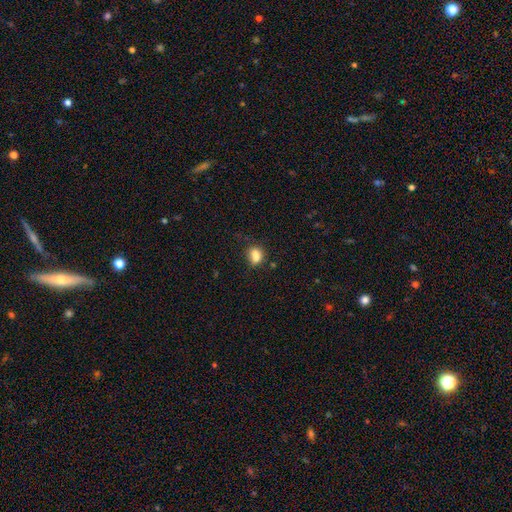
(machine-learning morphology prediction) Smooth or featured?
  - smooth: 76% *
  - featured or disk: 13%
  - star or artifact: 12%
How rounded?
  - in between: 50% *
  - round: 49%
  - cigar-shaped: 2%
Merging?
  - none: 42% *
  - merger: 34%
  - minor disturbance: 17%
  - major disturbance: 7%